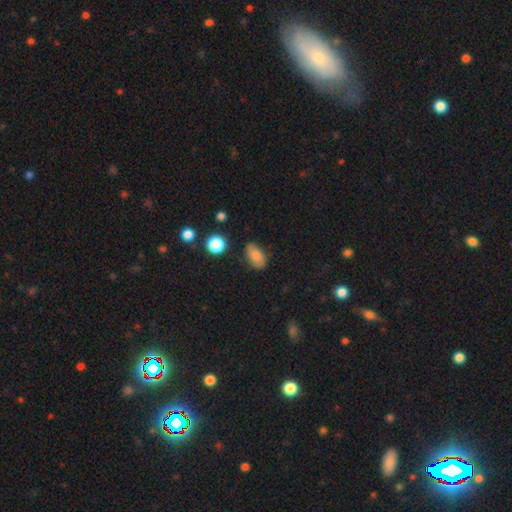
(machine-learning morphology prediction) Overall: smooth (74%). How rounded: in between (89%). Merging: none (74%).